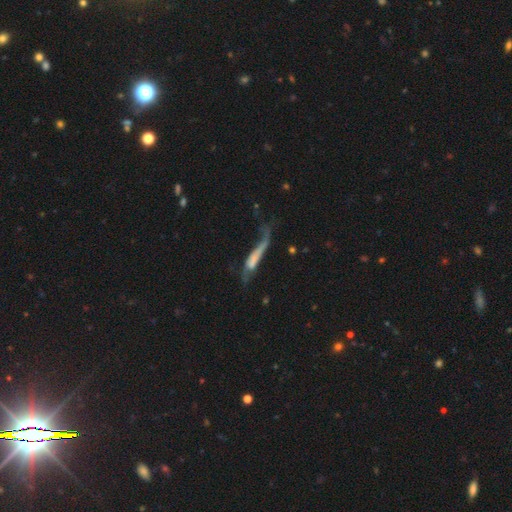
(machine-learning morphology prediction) Q: Smooth or featured?
A: featured or disk (46%); runner-up: smooth (43%)
Q: Merging?
A: major disturbance (47%); runner-up: none (23%)